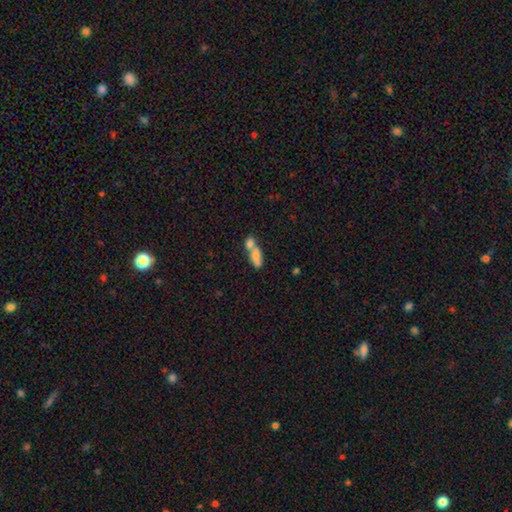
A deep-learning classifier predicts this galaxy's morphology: smooth 71%, featured or disk 20%, star or artifact 9%. Down the decision tree: how rounded — in between (71%); merging — merger (63%).